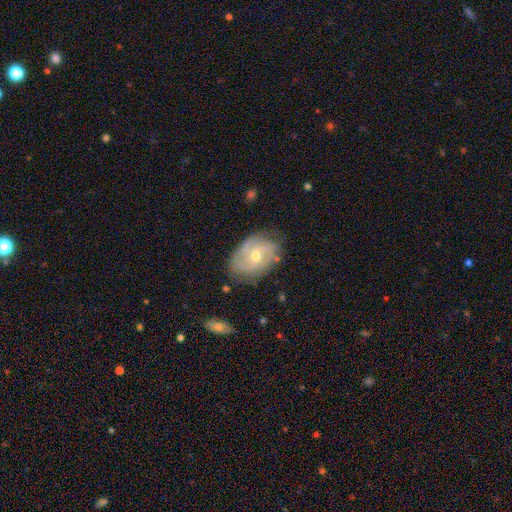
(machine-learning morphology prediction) Smooth or featured? Predicted: featured or disk (p=0.77). Edge-on disk? Predicted: no (p=0.96). Bar? Predicted: no (p=0.56). Spiral arms? Predicted: yes (p=0.89). Spiral winding? Predicted: medium (p=0.43). Spiral arm count? Predicted: 2 (p=0.51). Bulge size? Predicted: moderate (p=0.57). Merging? Predicted: none (p=0.72).